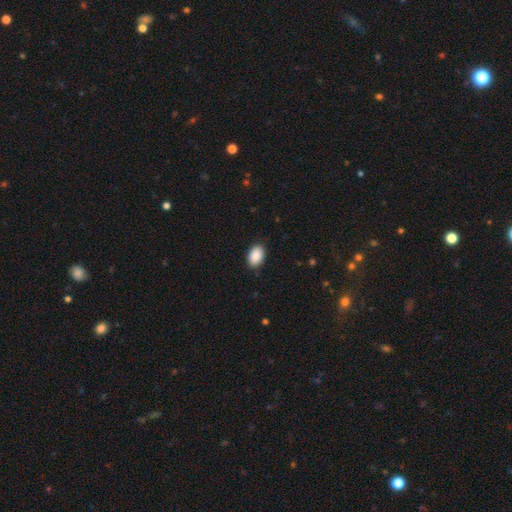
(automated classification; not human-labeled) The model was most divided on "merging": none: 89%, minor disturbance: 8%, major disturbance: 2%, merger: 1%. More confident: smooth or featured — smooth (90%); how rounded — in between (90%).